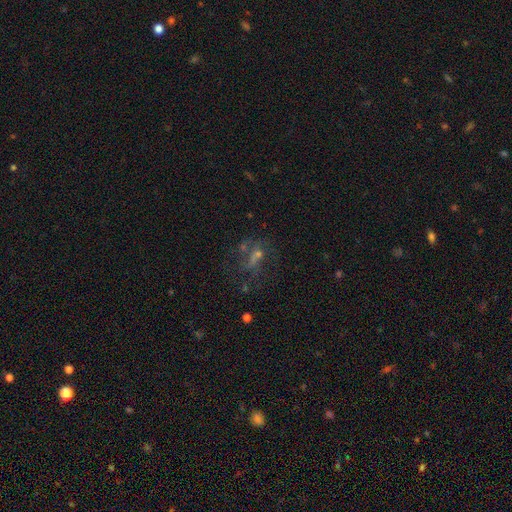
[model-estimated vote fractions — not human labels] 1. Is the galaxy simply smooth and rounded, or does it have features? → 44% featured or disk, 31% star or artifact, 25% smooth.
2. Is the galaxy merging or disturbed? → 46% none, 29% major disturbance, 17% minor disturbance, 8% merger.